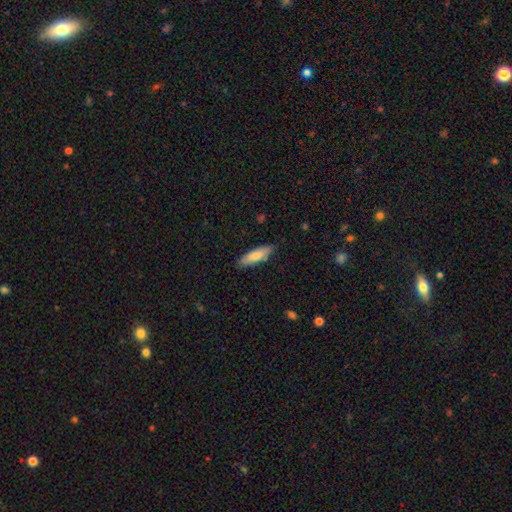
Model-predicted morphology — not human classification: smooth-or-featured: smooth: 76% | featured or disk: 19% | star or artifact: 5%
  how-rounded: cigar-shaped: 60% | in between: 38% | round: 2%
  merging: none: 83% | minor disturbance: 14% | major disturbance: 2% | merger: 1%